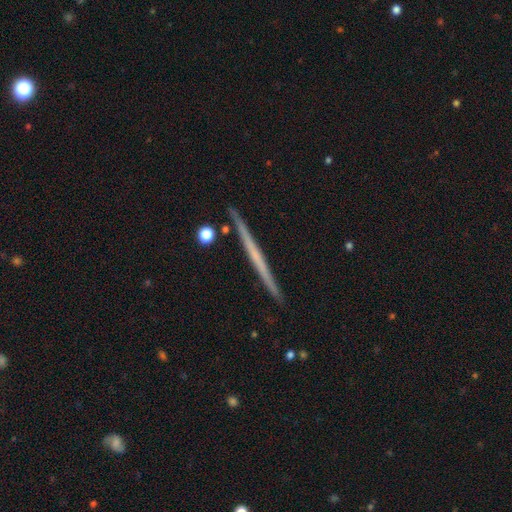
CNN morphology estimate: Smooth or featured? Predicted: featured or disk (p=0.60). Edge-on disk? Predicted: yes (p=0.98). Edge-on bulge? Predicted: none (p=0.90). Merging? Predicted: none (p=0.91).